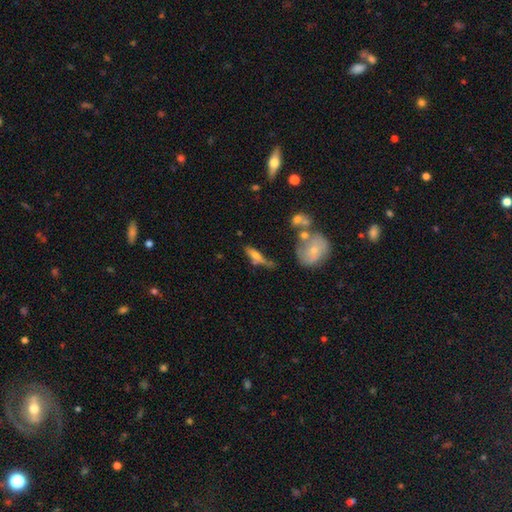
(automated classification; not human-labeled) This appears to be a smooth galaxy with no disk features (51%) that is cigar-shaped (53%). Merging: none (43%).